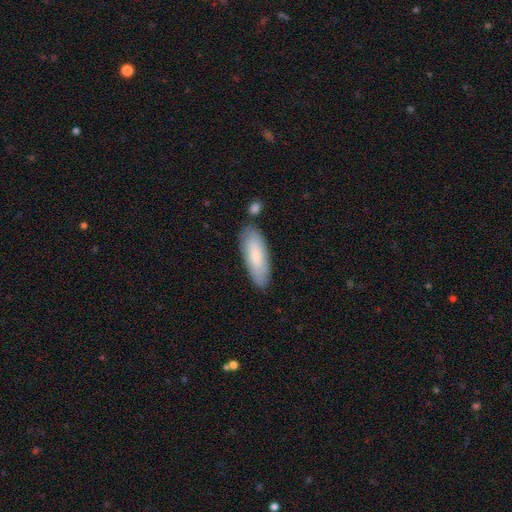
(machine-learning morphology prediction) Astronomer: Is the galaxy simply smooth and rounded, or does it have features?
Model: smooth — 77%.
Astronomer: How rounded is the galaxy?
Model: in between — 63%.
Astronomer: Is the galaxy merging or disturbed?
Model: none — 78%.